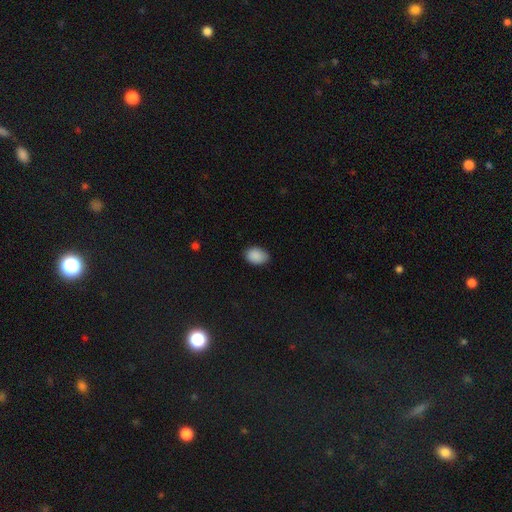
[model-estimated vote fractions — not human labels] A smooth galaxy with no disk features (89%) that is in between round and cigar-shaped (78%).

Vote fractions:
- Smooth or featured? smooth: 89% / star or artifact: 8% / featured or disk: 3%
- How rounded? in between: 78% / round: 21% / cigar-shaped: 1%
- Merging? none: 81% / minor disturbance: 16% / major disturbance: 3% / merger: 1%